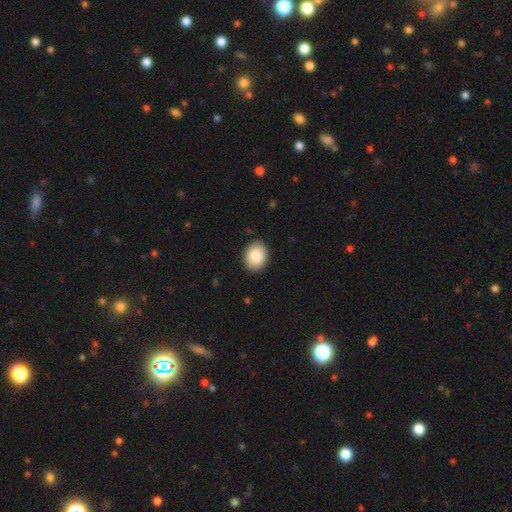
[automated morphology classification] Smooth or featured?
  - smooth: 85% *
  - featured or disk: 8%
  - star or artifact: 7%
How rounded?
  - in between: 62% *
  - round: 37%
  - cigar-shaped: 1%
Merging?
  - none: 90% *
  - minor disturbance: 8%
  - major disturbance: 2%
  - merger: 1%